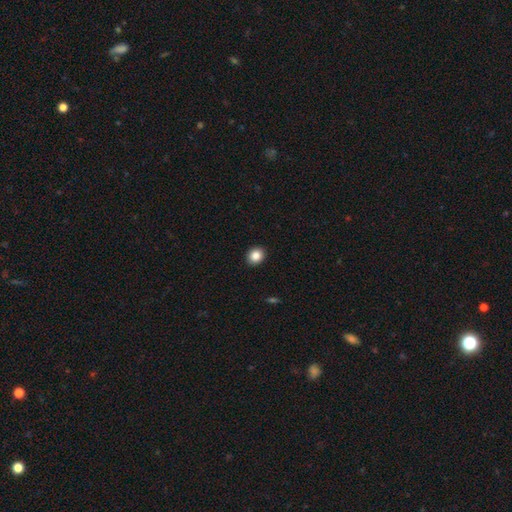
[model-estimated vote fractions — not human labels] This is clearly a smooth galaxy (86%). How rounded: likely round (66%). Merging: clearly none (92%).